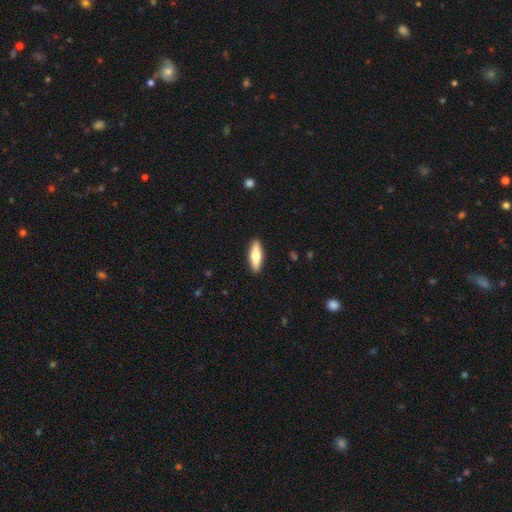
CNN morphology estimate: Smooth or featured?
  - smooth: 60% *
  - featured or disk: 34%
  - star or artifact: 5%
How rounded?
  - cigar-shaped: 52% *
  - in between: 46%
  - round: 2%
Merging?
  - none: 90% *
  - minor disturbance: 7%
  - major disturbance: 2%
  - merger: 1%